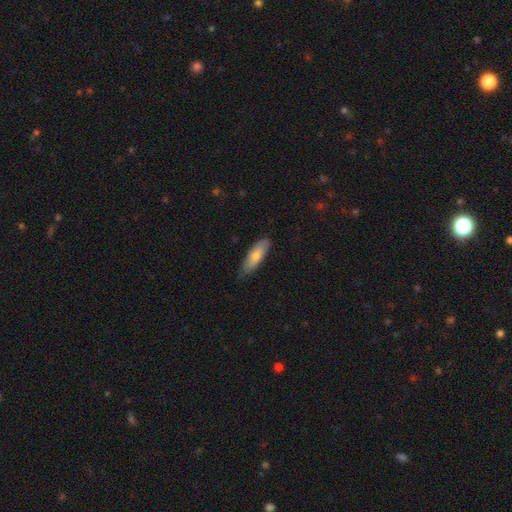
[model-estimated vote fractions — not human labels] smooth_or_featured: smooth (p=0.75) [alt: featured or disk p=0.20]
how_rounded: cigar-shaped (p=0.49) [tied with: in between p=0.49]
merging: none (p=0.79) [alt: minor disturbance p=0.17]